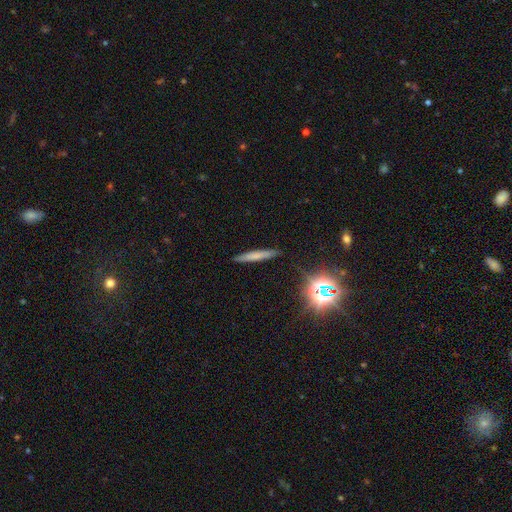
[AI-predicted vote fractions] Overall: smooth (61%; featured or disk 26%). How rounded: cigar-shaped (94%). Merging: none (88%).